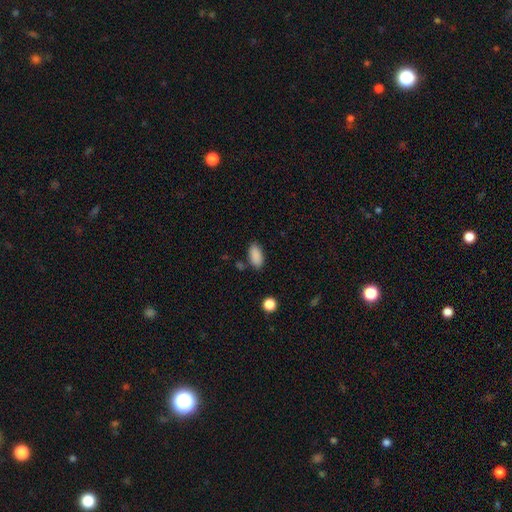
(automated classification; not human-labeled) The model was most divided on "merging": none: 81%, minor disturbance: 12%, merger: 4%, major disturbance: 3%. More confident: how rounded — in between (91%); smooth or featured — smooth (89%).